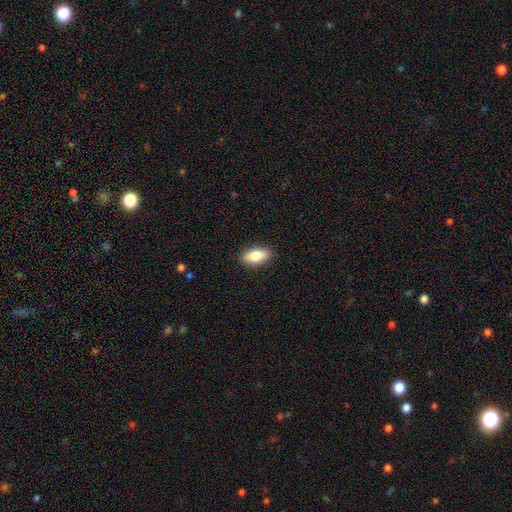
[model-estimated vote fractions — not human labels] A smooth galaxy with no disk features (81%) that is in between round and cigar-shaped (89%). Merging: none (89%).